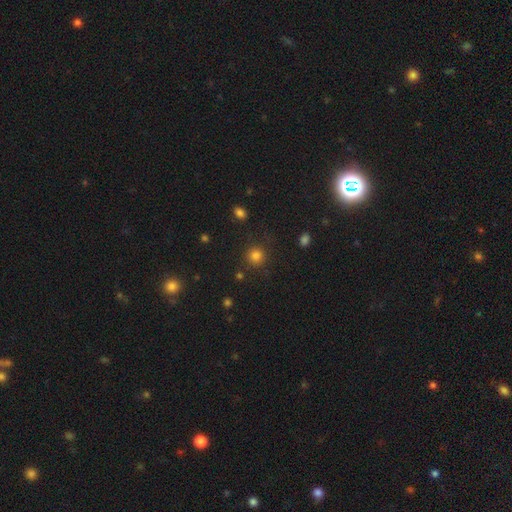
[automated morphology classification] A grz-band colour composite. It shows a smooth galaxy with no disk features (81%) that is round (92%). Merging: none (85%).